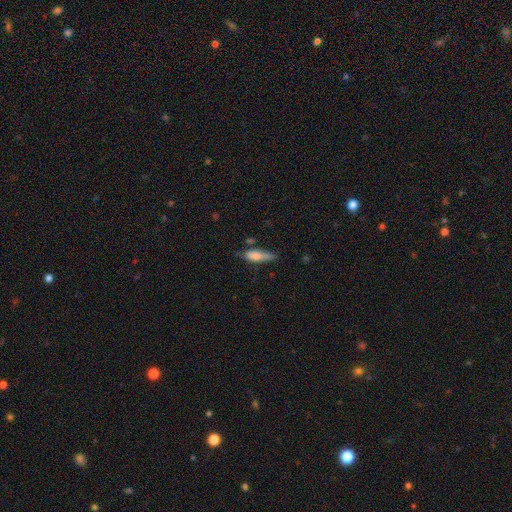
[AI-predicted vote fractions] Q: Smooth or featured?
A: smooth (75%); runner-up: featured or disk (18%)
Q: How rounded?
A: cigar-shaped (53%); runner-up: in between (44%)
Q: Merging?
A: none (48%); runner-up: minor disturbance (34%)